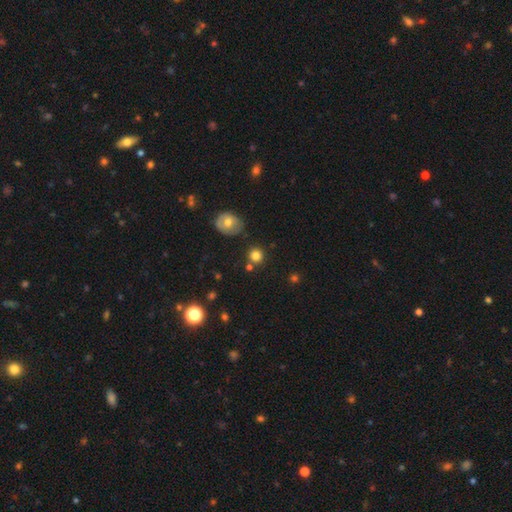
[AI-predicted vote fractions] Q: Smooth or featured?
A: smooth (81%); runner-up: star or artifact (12%)
Q: How rounded?
A: round (90%); runner-up: in between (9%)
Q: Merging?
A: none (79%); runner-up: minor disturbance (10%)